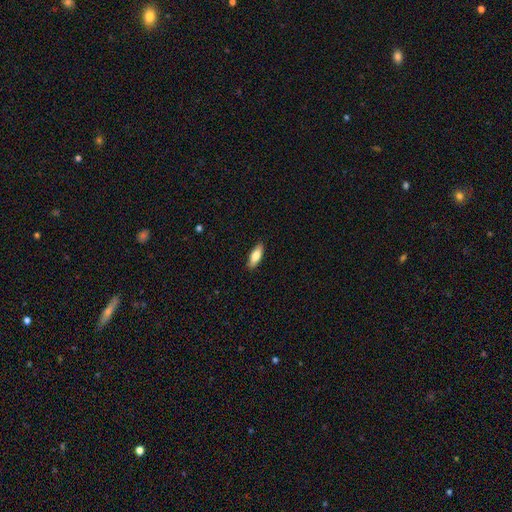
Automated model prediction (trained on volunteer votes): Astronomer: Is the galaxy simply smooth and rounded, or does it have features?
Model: smooth — 78%.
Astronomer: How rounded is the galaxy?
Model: in between — 68%.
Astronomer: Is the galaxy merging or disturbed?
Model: none — 87%.